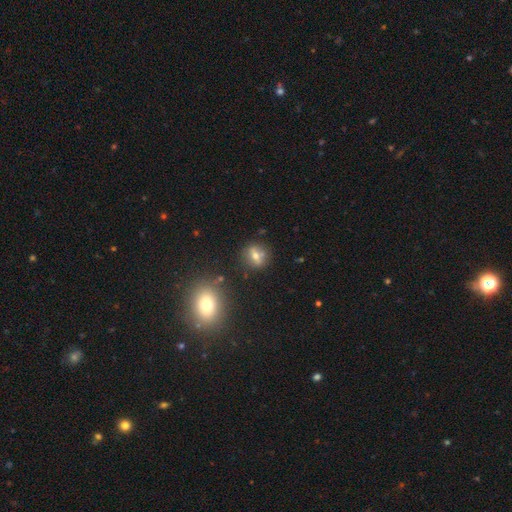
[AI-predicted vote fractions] smooth_or_featured: smooth (p=0.55) [alt: featured or disk p=0.30]
how_rounded: round (p=0.67) [alt: in between p=0.28]
merging: none (p=0.76) [alt: minor disturbance p=0.11]